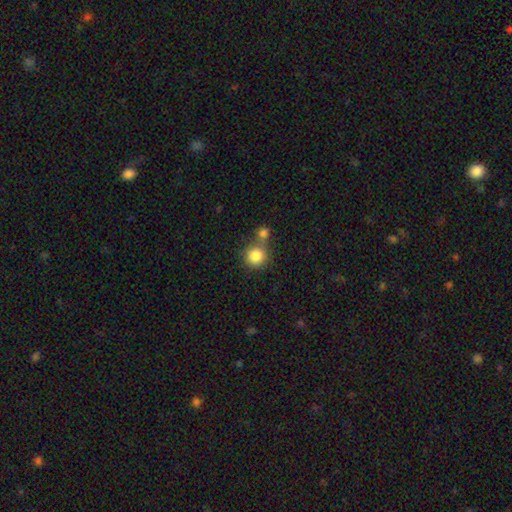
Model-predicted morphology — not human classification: smooth 84%, star or artifact 9%, featured or disk 6%. Down the decision tree: how rounded — round (92%); merging — none (54%).